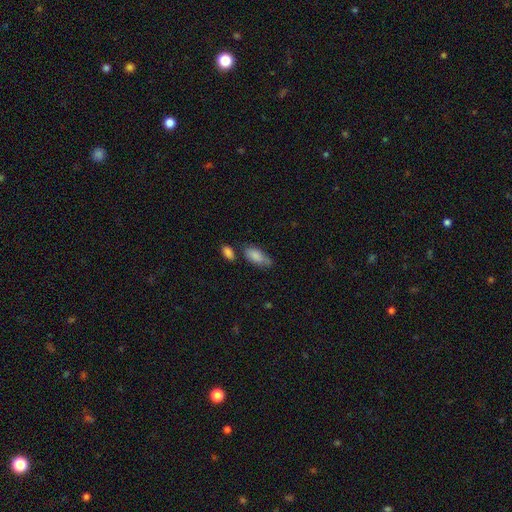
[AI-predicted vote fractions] A smooth galaxy with no disk features (83%) that is in between round and cigar-shaped (87%).

Vote fractions:
- Smooth or featured? smooth: 83% / featured or disk: 10% / star or artifact: 7%
- How rounded? in between: 87% / cigar-shaped: 11% / round: 3%
- Merging? none: 51% / minor disturbance: 27% / merger: 14% / major disturbance: 8%